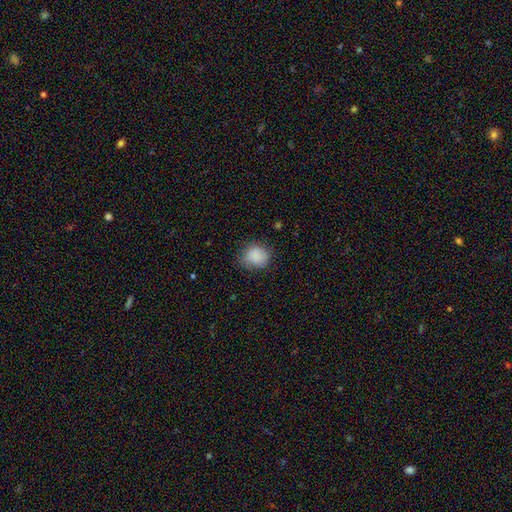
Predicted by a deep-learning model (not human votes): This appears to be a smooth galaxy with no disk features (87%) that is round (73%). Merging: none (71%).